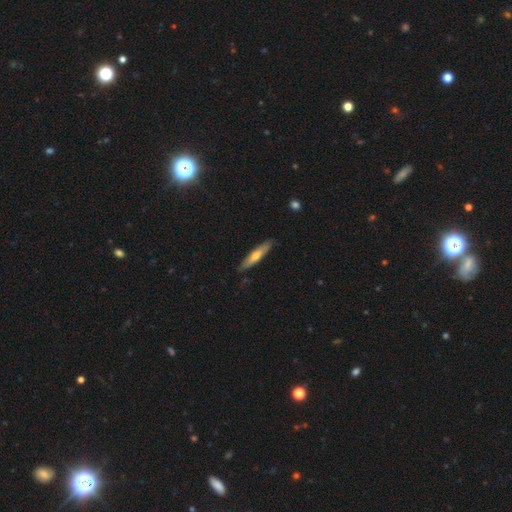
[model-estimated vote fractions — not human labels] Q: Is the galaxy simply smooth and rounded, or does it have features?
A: smooth — 53%.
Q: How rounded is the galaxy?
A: cigar-shaped — 85%.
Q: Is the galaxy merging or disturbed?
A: none — 86%.